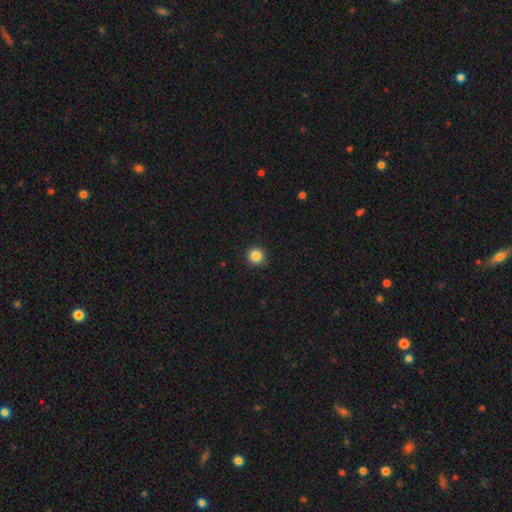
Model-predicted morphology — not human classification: smooth 86%, star or artifact 11%, featured or disk 4%. Down the decision tree: how rounded — round (95%); merging — none (91%).